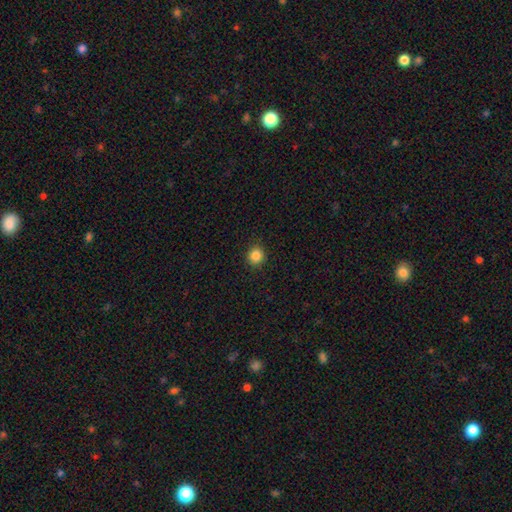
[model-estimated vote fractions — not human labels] Morphology: type=smooth (86%); roundness=round (88%); merging=none (91%).